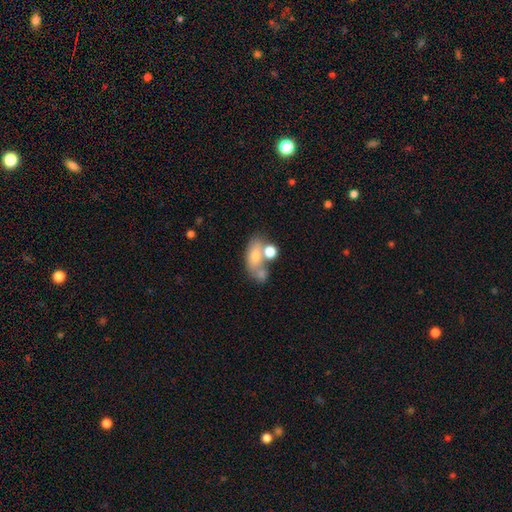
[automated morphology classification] This appears to be a smooth galaxy with no disk features (68%) that is in between round and cigar-shaped (79%). Merging: merger (40%).